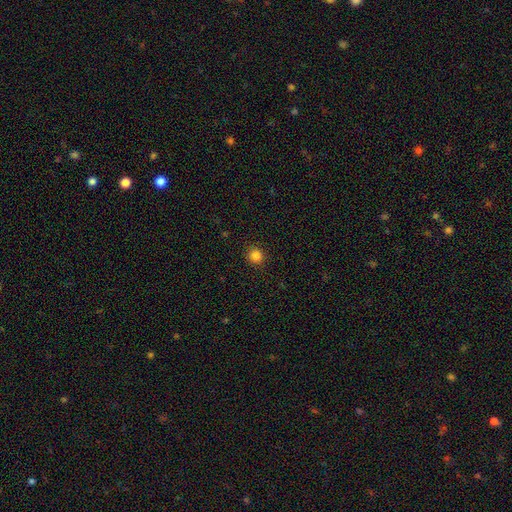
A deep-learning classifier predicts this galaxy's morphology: A smooth galaxy with no disk features (84%) that is round (92%). Merging: none (91%).